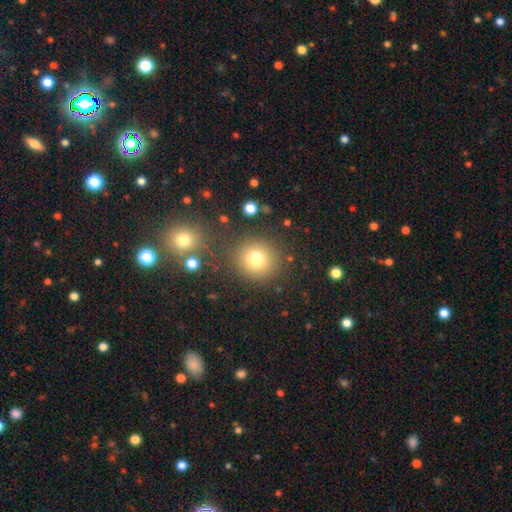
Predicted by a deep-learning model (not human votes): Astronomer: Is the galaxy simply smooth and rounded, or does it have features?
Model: smooth — 76%.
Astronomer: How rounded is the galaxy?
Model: round — 89%.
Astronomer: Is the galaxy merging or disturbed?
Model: none — 81%.